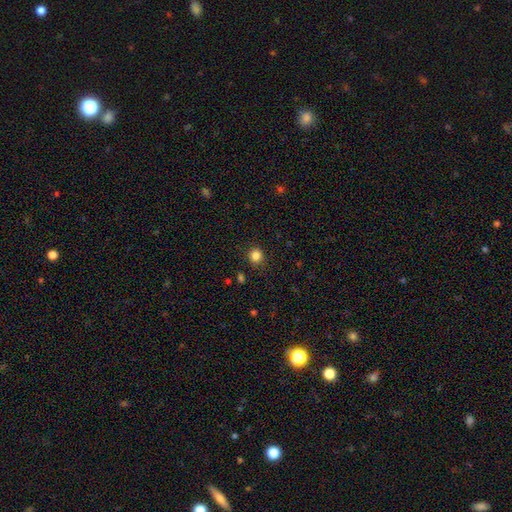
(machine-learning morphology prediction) A smooth galaxy with no disk features (84%) that is round (89%). Merging: none (89%).